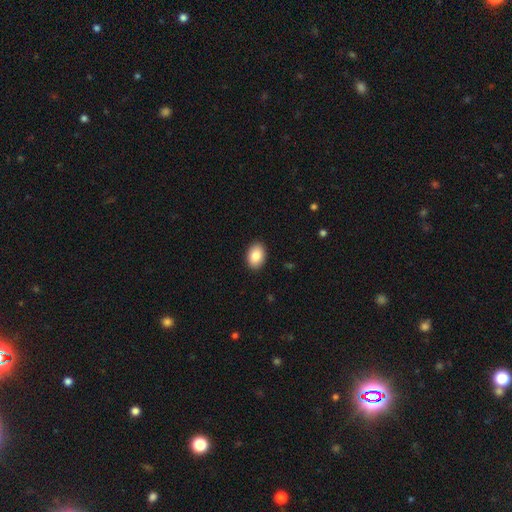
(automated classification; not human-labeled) This is clearly a smooth galaxy (87%). How rounded: clearly in between (84%). Merging: clearly none (91%).